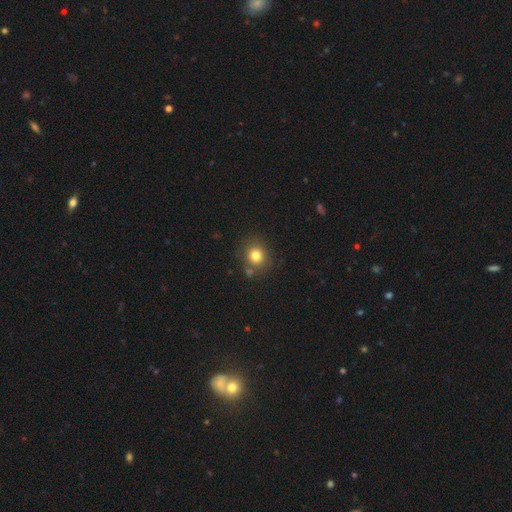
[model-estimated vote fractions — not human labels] Morphology: type=smooth (80%); roundness=round (83%); merging=none (77%).